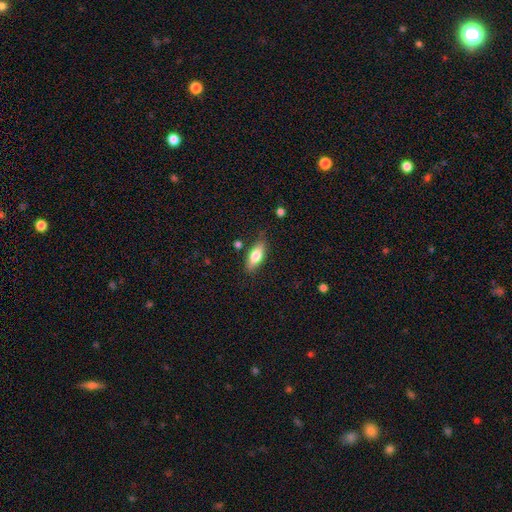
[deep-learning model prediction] This is likely a smooth galaxy (72%). How rounded: likely in between (75%). Merging: clearly none (80%).